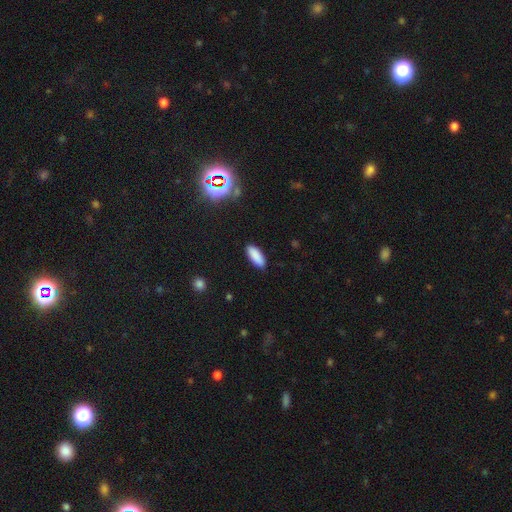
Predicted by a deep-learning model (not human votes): smooth_or_featured: smooth (p=0.88) [alt: star or artifact p=0.08]
how_rounded: in between (p=0.76) [alt: cigar-shaped p=0.22]
merging: none (p=0.89) [alt: minor disturbance p=0.08]